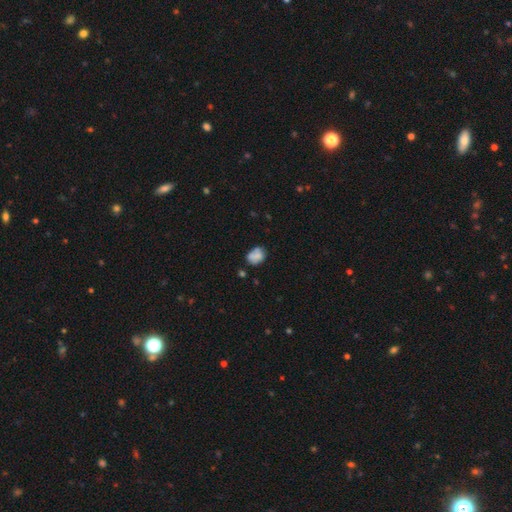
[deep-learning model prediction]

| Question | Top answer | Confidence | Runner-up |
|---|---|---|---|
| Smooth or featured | smooth | 67% | featured or disk (23%) |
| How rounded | in between | 63% | round (36%) |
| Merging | none | 49% | minor disturbance (25%) |